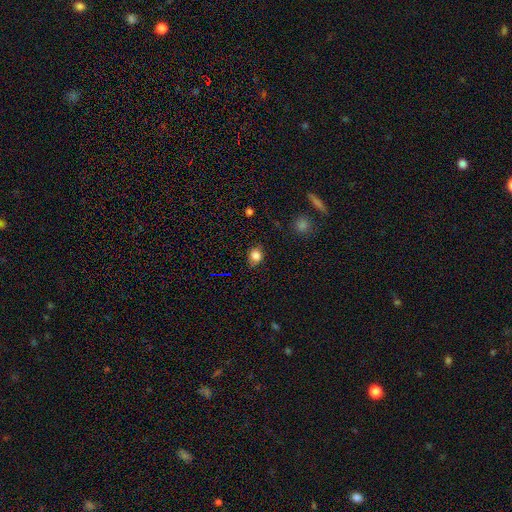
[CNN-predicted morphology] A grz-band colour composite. It shows a smooth galaxy with no disk features (82%) that is round (65%). Merging: none (79%).